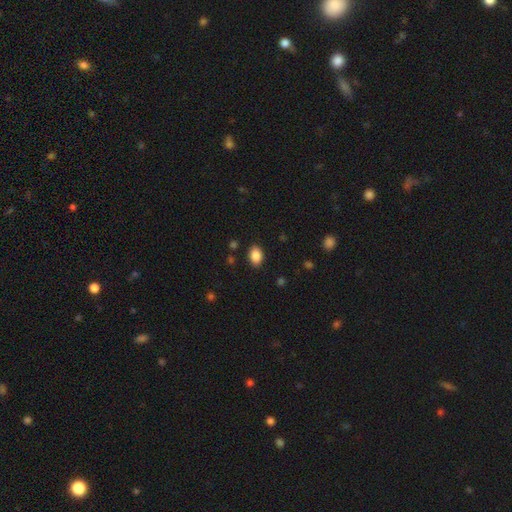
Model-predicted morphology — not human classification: Smooth or featured?
  - smooth: 87% *
  - star or artifact: 8%
  - featured or disk: 4%
How rounded?
  - in between: 83% *
  - round: 15%
  - cigar-shaped: 1%
Merging?
  - none: 87% *
  - minor disturbance: 9%
  - major disturbance: 3%
  - merger: 1%